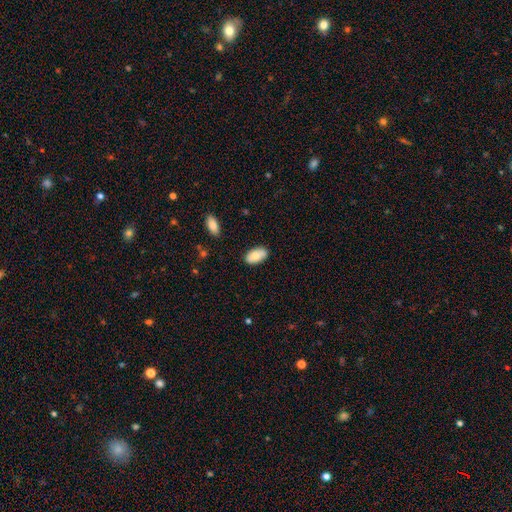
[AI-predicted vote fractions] Morphology: type=smooth (74%); roundness=in between (94%); merging=none (82%).